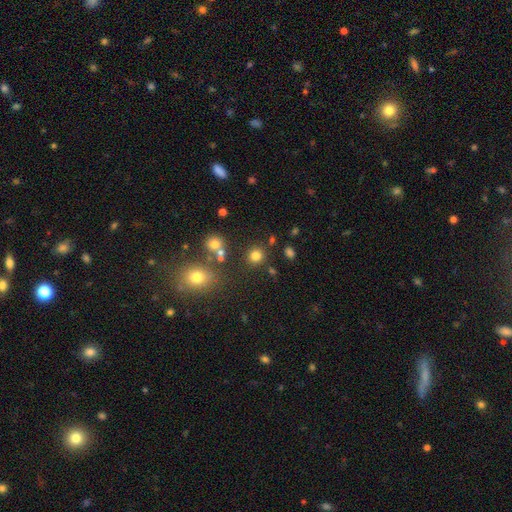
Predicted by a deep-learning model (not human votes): Smooth or featured? Predicted: smooth (p=0.79). How rounded? Predicted: round (p=0.89). Merging? Predicted: none (p=0.84).